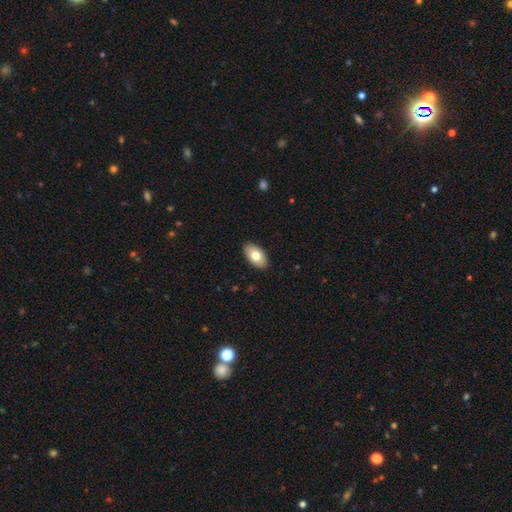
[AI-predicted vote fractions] The model was most divided on "smooth or featured": smooth: 76%, featured or disk: 18%, star or artifact: 6%. More confident: how rounded — in between (95%); merging — none (89%).